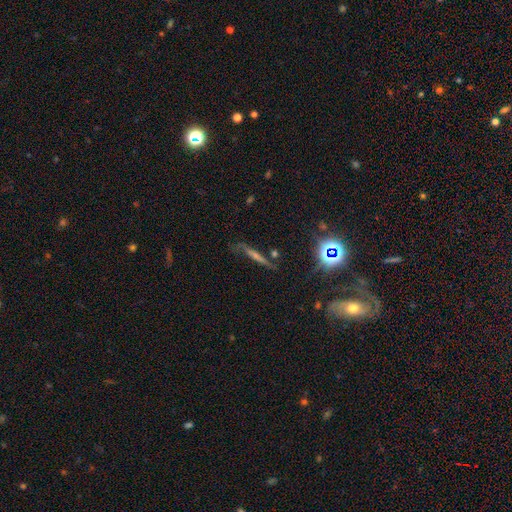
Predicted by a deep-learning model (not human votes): Smooth or featured?
  - featured or disk: 49% *
  - smooth: 26%
  - star or artifact: 25%
Merging?
  - none: 66% *
  - minor disturbance: 19%
  - major disturbance: 10%
  - merger: 5%